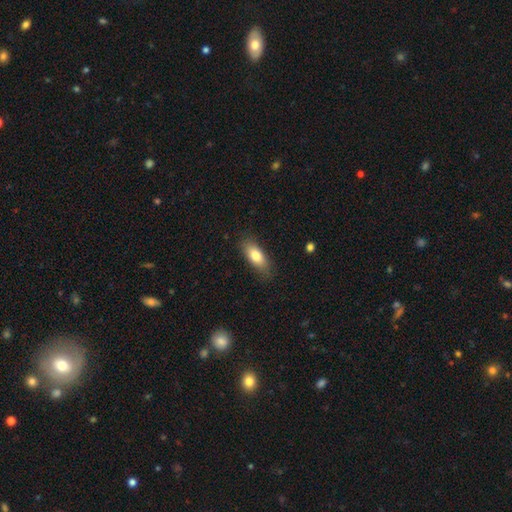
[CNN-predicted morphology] This is likely a smooth galaxy (79%). How rounded: likely in between (78%). Merging: clearly none (81%).